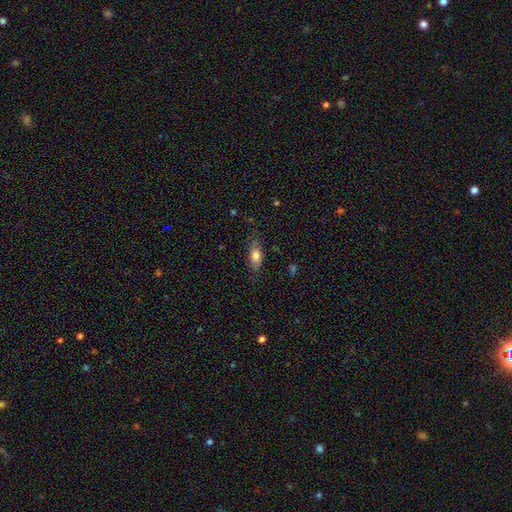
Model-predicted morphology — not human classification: smooth_or_featured: smooth (p=0.77) [alt: featured or disk p=0.15]
how_rounded: in between (p=0.81) [alt: cigar-shaped p=0.15]
merging: none (p=0.74) [alt: minor disturbance p=0.19]